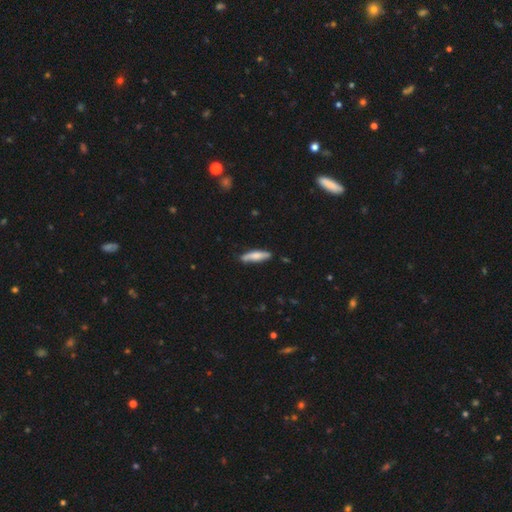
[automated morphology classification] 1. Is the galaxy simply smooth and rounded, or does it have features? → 65% smooth, 30% featured or disk, 6% star or artifact.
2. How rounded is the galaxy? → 76% cigar-shaped, 23% in between, 2% round.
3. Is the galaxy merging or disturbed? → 81% none, 15% minor disturbance, 2% major disturbance, 2% merger.